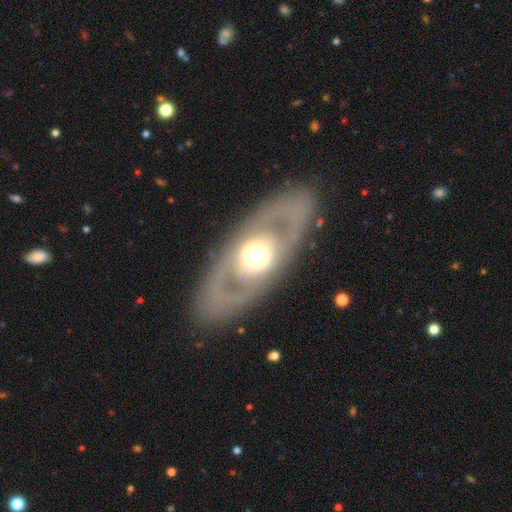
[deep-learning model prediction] featured or disk 66%, smooth 28%, star or artifact 6%. Down the decision tree: edge-on disk — no (83%); bar — no (80%); spiral arms — no (82%); bulge size — moderate (53%); merging — none (80%).